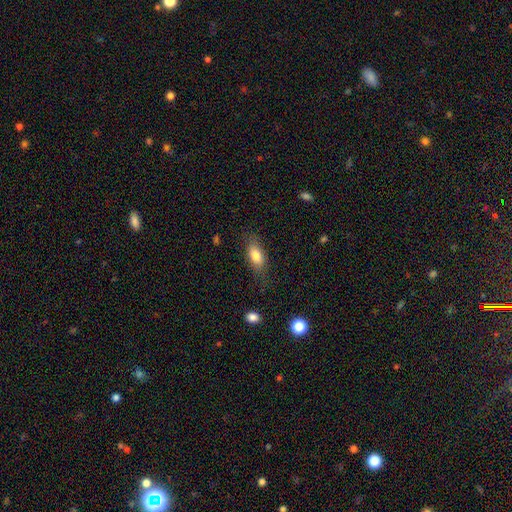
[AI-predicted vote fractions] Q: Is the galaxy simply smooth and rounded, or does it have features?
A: smooth — 78%.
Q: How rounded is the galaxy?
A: in between — 81%.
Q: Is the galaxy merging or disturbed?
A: none — 74%.